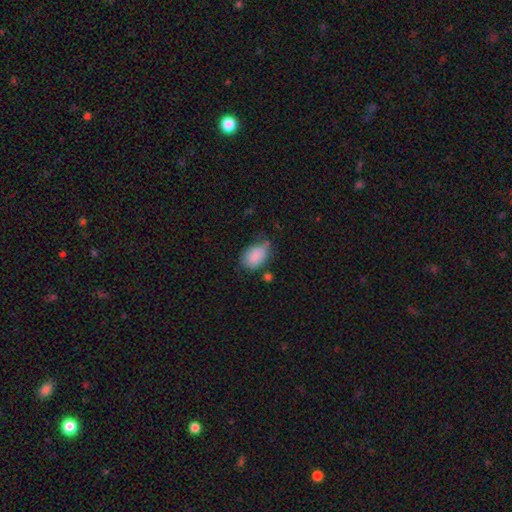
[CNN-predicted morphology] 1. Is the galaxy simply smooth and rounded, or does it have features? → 85% smooth, 8% star or artifact, 7% featured or disk.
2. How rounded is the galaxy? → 85% in between, 14% round, 1% cigar-shaped.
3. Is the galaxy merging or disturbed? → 48% none, 36% minor disturbance, 11% major disturbance, 5% merger.